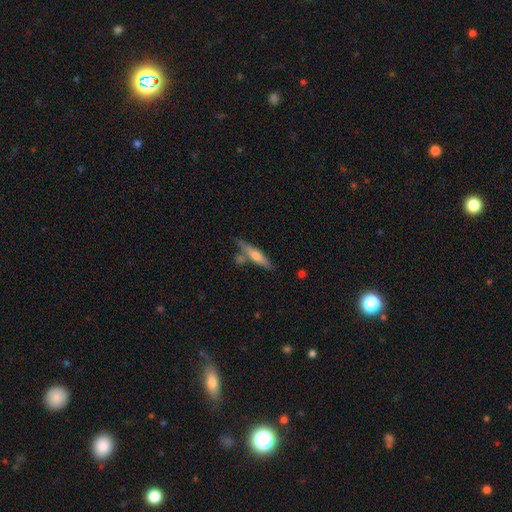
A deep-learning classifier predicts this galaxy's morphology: Smooth or featured: smooth — 48% (featured or disk — 46%)
Merging: none — 66% (minor disturbance — 16%)